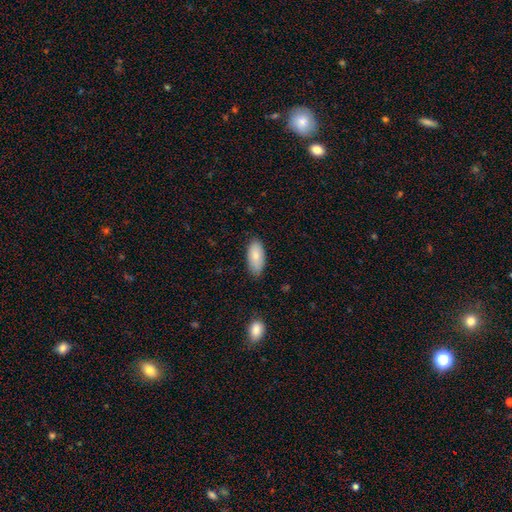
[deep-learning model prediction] This appears to be a smooth galaxy with no disk features (81%) that is in between round and cigar-shaped (91%). Merging: none (81%).